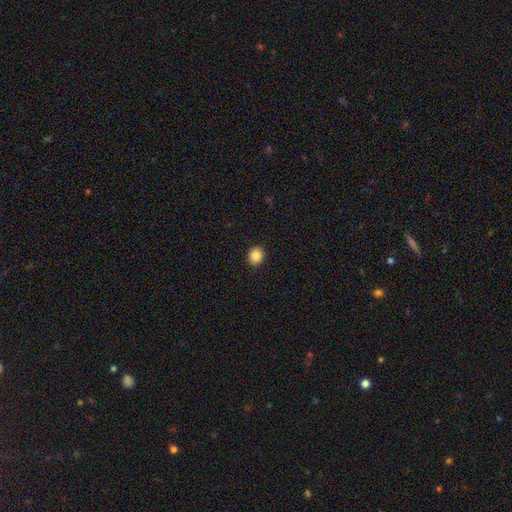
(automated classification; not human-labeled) smooth-or-featured: smooth: 87% | star or artifact: 9% | featured or disk: 4%
  how-rounded: round: 73% | in between: 26% | cigar-shaped: 1%
  merging: none: 92% | minor disturbance: 5% | major disturbance: 2% | merger: 1%